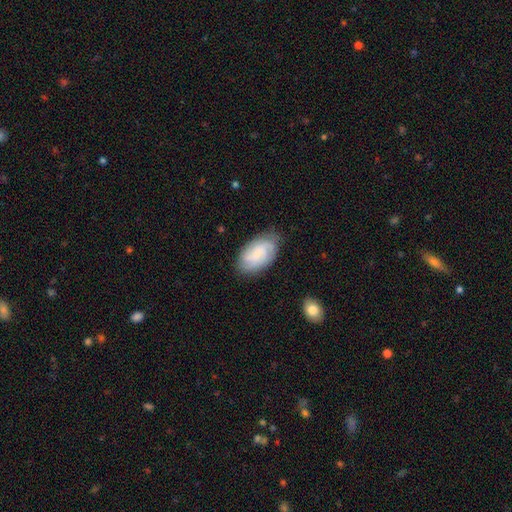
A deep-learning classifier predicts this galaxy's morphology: A featured or disk galaxy (49%). Merging: none (77%).